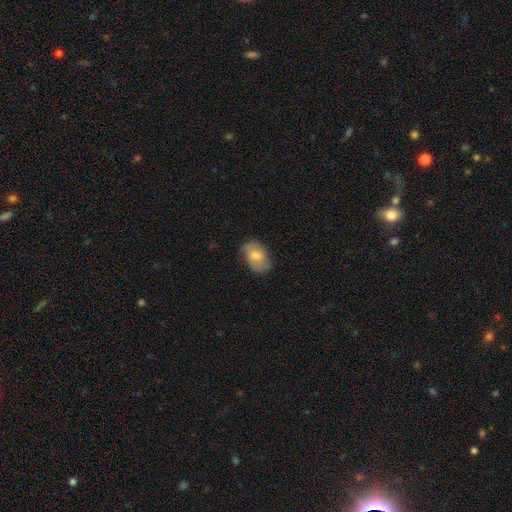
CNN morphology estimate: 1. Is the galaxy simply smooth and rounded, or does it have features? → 68% smooth, 25% featured or disk, 7% star or artifact.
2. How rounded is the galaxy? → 86% in between, 12% round, 1% cigar-shaped.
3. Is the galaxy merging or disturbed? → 68% none, 24% minor disturbance, 7% major disturbance, 1% merger.